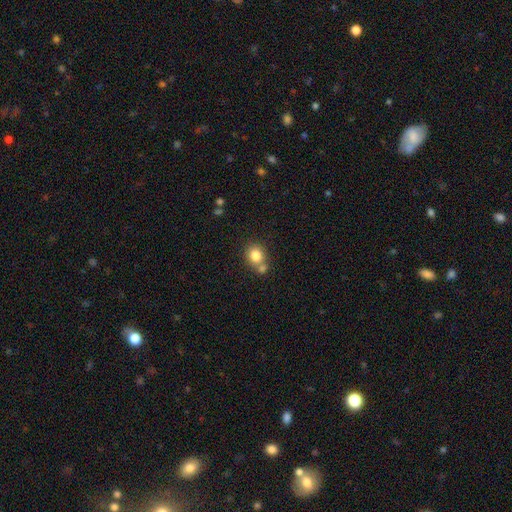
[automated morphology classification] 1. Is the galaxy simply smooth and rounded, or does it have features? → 82% smooth, 10% star or artifact, 8% featured or disk.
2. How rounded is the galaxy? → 77% round, 23% in between, 1% cigar-shaped.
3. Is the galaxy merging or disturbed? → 54% none, 33% merger, 10% minor disturbance, 3% major disturbance.